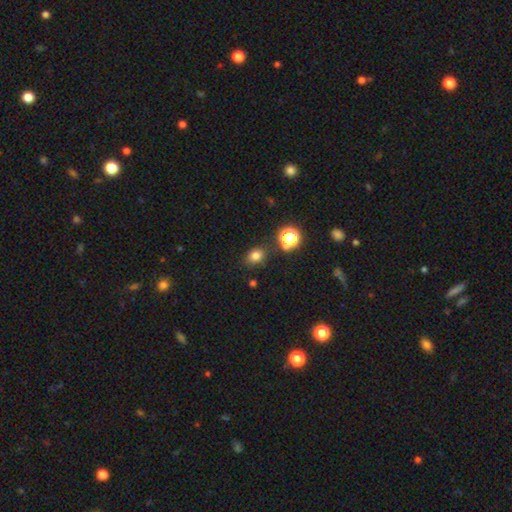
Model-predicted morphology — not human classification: type=smooth (76%); roundness=in between (51%); merging=none (80%).